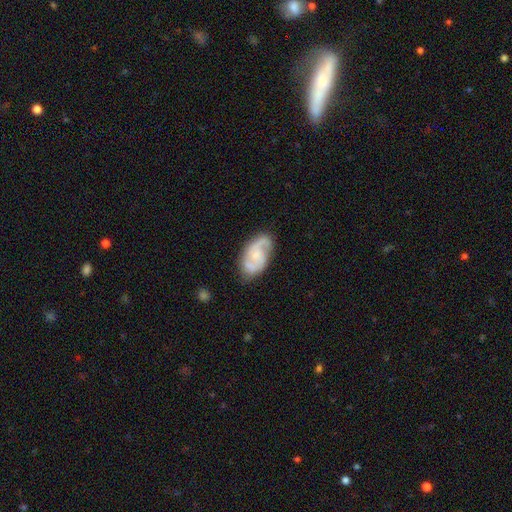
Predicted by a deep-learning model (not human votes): Overall: featured or disk (76%). Edge-on disk: no (97%). Bar: no (61%; weak 34%). Spiral arms: yes (94%). Spiral arm count: 2 (79%). Spiral winding: medium (50%; tight 29%). Bulge size: small (48%; moderate 27%). Merging: none (70%).